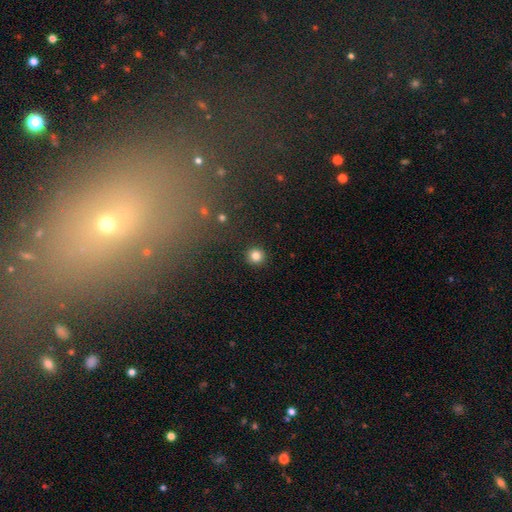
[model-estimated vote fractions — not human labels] smooth_or_featured: smooth (p=0.83) [alt: star or artifact p=0.12]
how_rounded: round (p=0.95) [alt: in between p=0.04]
merging: none (p=0.92) [alt: minor disturbance p=0.05]